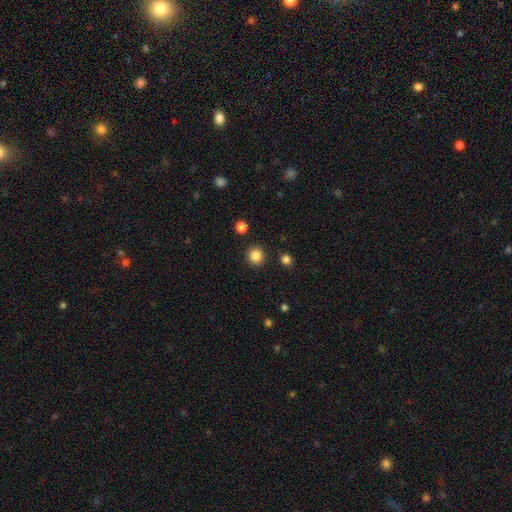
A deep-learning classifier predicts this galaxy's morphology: smooth-or-featured: smooth: 86% | star or artifact: 11% | featured or disk: 4%
  how-rounded: round: 93% | in between: 6% | cigar-shaped: 1%
  merging: none: 91% | minor disturbance: 5% | merger: 2% | major disturbance: 2%